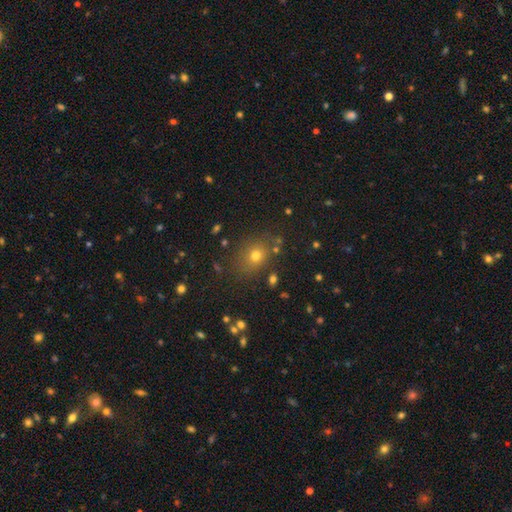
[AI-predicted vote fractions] Overall: smooth (70%). How rounded: round (57%; in between 42%). Merging: none (80%).